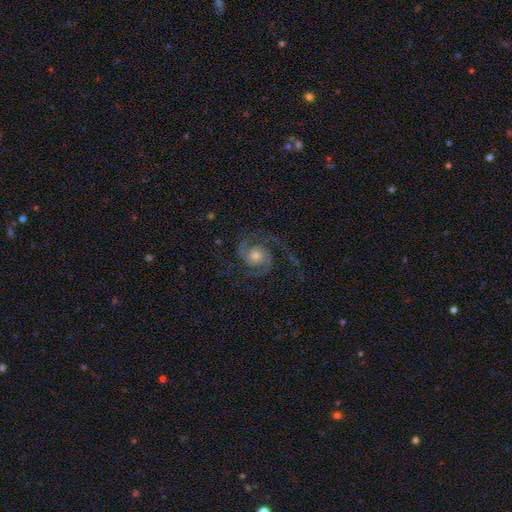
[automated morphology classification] The model was most divided on "spiral winding": medium: 53%, tight: 33%, loose: 14%. More confident: spiral arms — yes (98%); edge-on disk — no (98%); smooth or featured — featured or disk (90%); spiral arm count — 2 (90%); merging — none (76%); bar — no (73%); bulge size — moderate (62%).